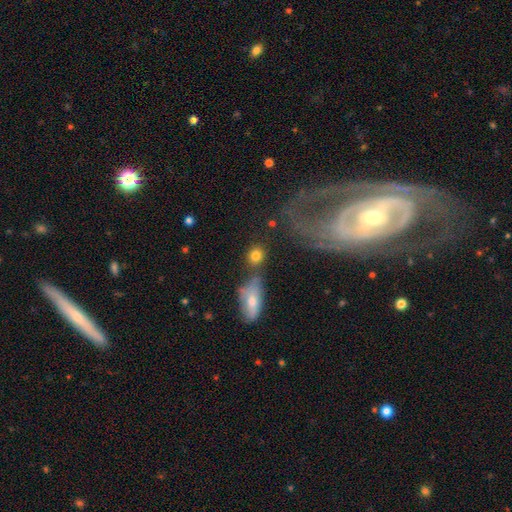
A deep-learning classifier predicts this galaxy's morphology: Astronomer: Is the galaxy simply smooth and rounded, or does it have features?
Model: smooth — 81%.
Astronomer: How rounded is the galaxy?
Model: round — 72%.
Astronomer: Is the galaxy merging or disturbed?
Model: none — 64%.